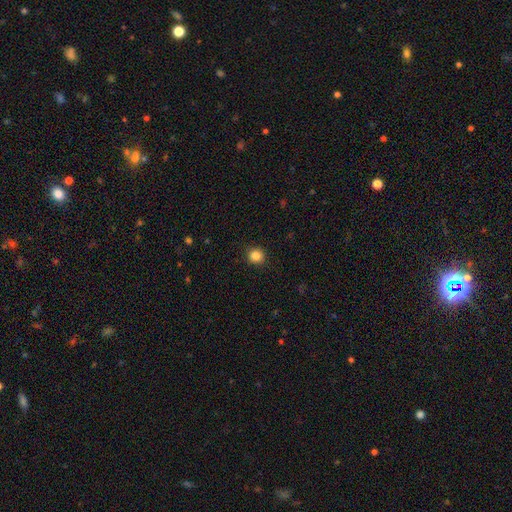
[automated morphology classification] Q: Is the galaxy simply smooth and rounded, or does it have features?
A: smooth — 84%.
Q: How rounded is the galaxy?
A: round — 92%.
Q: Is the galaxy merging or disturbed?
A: none — 92%.